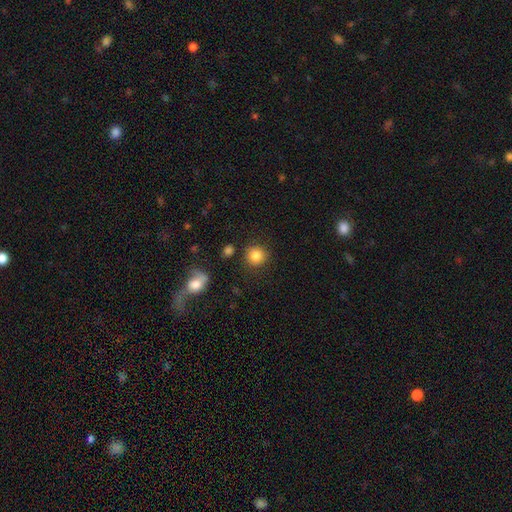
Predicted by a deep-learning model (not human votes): Q: Smooth or featured?
A: smooth (85%); runner-up: star or artifact (10%)
Q: How rounded?
A: round (90%); runner-up: in between (9%)
Q: Merging?
A: none (85%); runner-up: minor disturbance (8%)